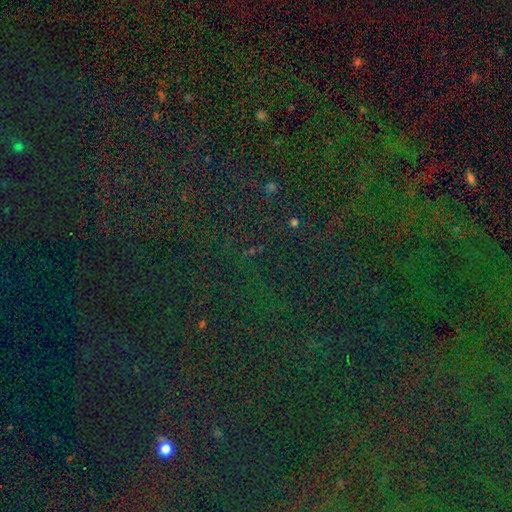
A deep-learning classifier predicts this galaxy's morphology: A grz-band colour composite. It shows a star or artifact, not a galaxy (83%).